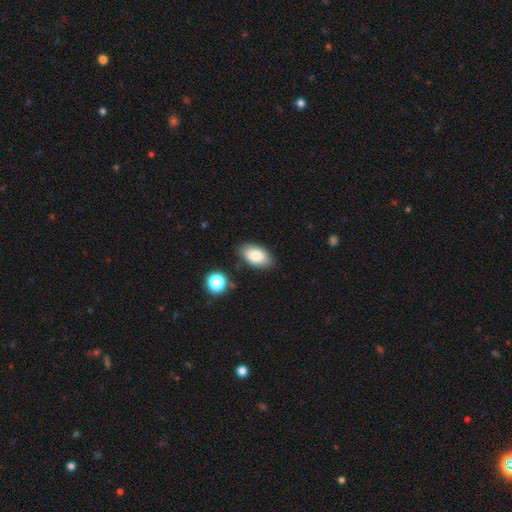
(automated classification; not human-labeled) smooth_or_featured: smooth (p=0.84) [alt: featured or disk p=0.09]
how_rounded: in between (p=0.94) [alt: round p=0.04]
merging: none (p=0.83) [alt: minor disturbance p=0.12]